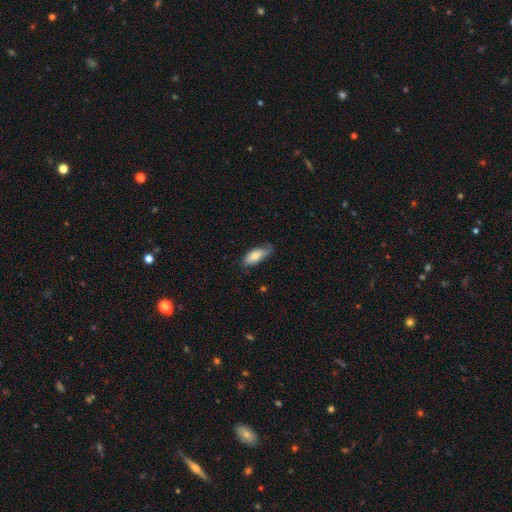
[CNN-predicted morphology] smooth_or_featured: smooth (p=0.77) [alt: featured or disk p=0.17]
how_rounded: in between (p=0.82) [alt: cigar-shaped p=0.16]
merging: none (p=0.63) [alt: minor disturbance p=0.29]